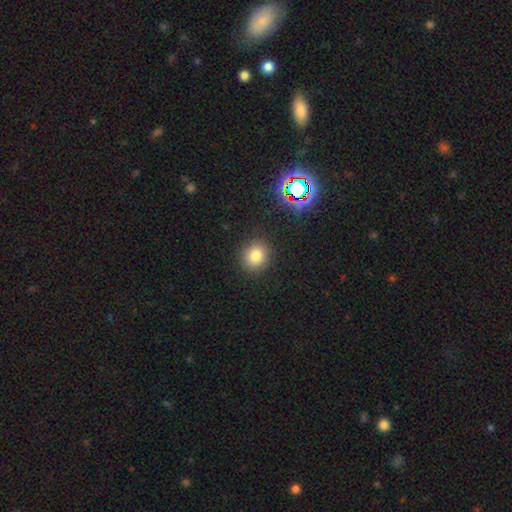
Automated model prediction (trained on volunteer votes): Q: Smooth or featured?
A: smooth (80%); runner-up: star or artifact (14%)
Q: How rounded?
A: round (85%); runner-up: in between (14%)
Q: Merging?
A: none (89%); runner-up: minor disturbance (7%)